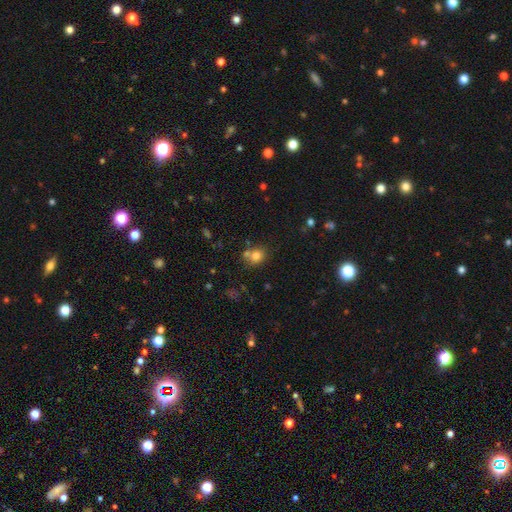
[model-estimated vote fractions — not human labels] Q: Smooth or featured?
A: smooth (78%); runner-up: star or artifact (13%)
Q: How rounded?
A: round (67%); runner-up: in between (32%)
Q: Merging?
A: none (56%); runner-up: merger (26%)